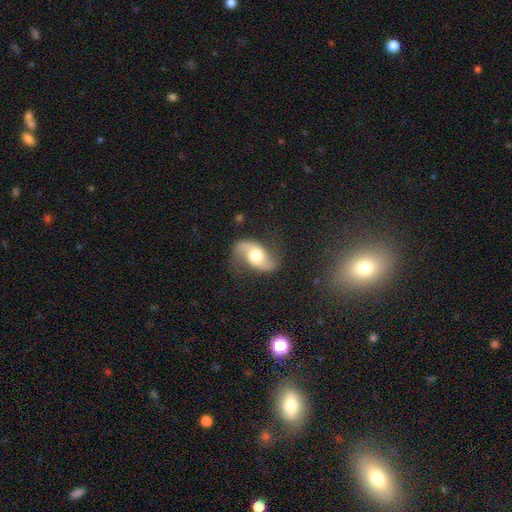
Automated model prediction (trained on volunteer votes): featured or disk 79%, smooth 15%, star or artifact 6%. Down the decision tree: edge-on disk — no (95%); bar — no (61%); spiral arms — yes (94%); spiral arm count — 2 (93%); spiral winding — loose (66%); bulge size — moderate (51%); merging — none (72%).